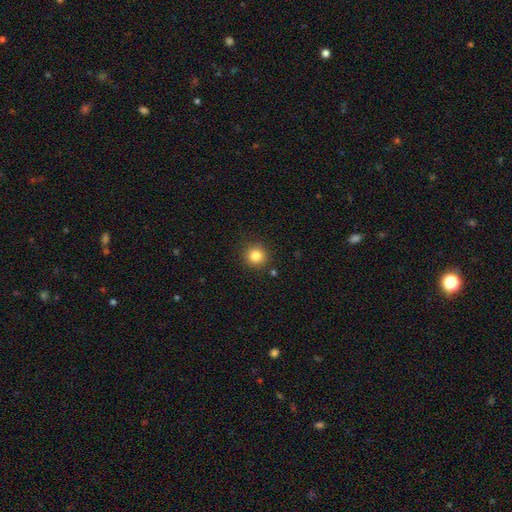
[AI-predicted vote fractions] This is clearly a smooth galaxy (83%). How rounded: clearly round (93%). Merging: clearly none (89%).